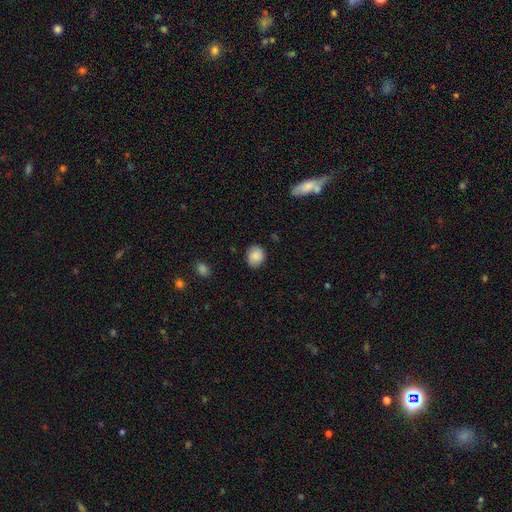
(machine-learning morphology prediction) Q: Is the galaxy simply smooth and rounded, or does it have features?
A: smooth — 86%.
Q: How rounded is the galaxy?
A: round — 73%.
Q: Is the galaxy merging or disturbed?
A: none — 84%.